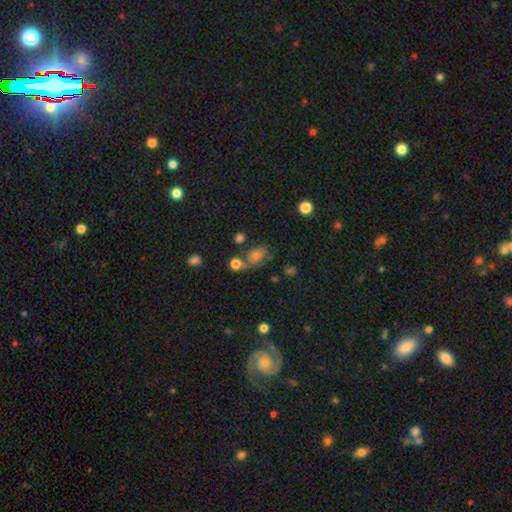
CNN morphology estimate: Q: Smooth or featured?
A: smooth (56%); runner-up: star or artifact (27%)
Q: How rounded?
A: in between (65%); runner-up: round (32%)
Q: Merging?
A: none (58%); runner-up: minor disturbance (19%)